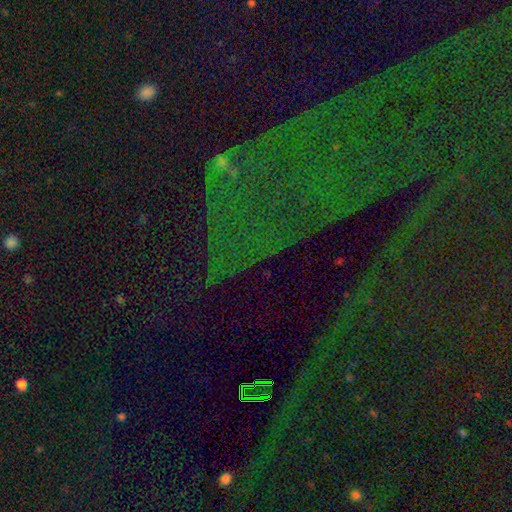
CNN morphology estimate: This appears to be a star or artifact, not a galaxy (81%).